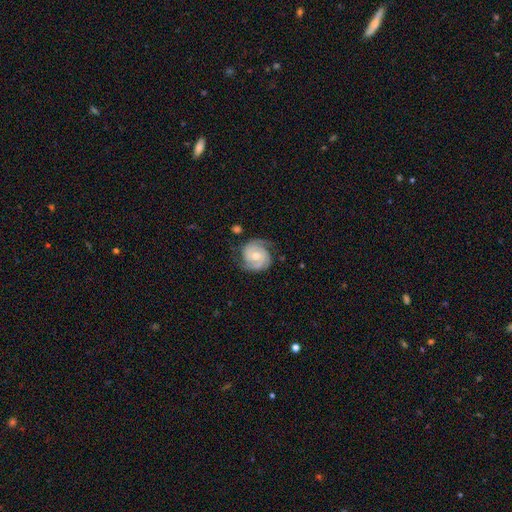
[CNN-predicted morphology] A featured or disk galaxy (87%) with no bar (66%), 2 (68%) tight (64%) spiral arms (97%) and a moderate central bulge (62%).

Vote fractions:
- Smooth or featured? featured or disk: 87% / smooth: 8% / star or artifact: 5%
- Edge-on disk? no: 98% / yes: 2%
- Bar? no: 66% / weak: 27% / strong: 7%
- Spiral arms? yes: 97% / no: 3%
- Spiral winding? tight: 64% / medium: 30% / loose: 6%
- Spiral arm count? 2: 68% / 3: 17% / can't tell: 7% / 4: 3% / 1: 3% / more than 4: 2%
- Bulge size? moderate: 62% / small: 34% / large: 2% / none: 1% / dominant: 1%
- Merging? none: 76% / minor disturbance: 17% / major disturbance: 6% / merger: 1%